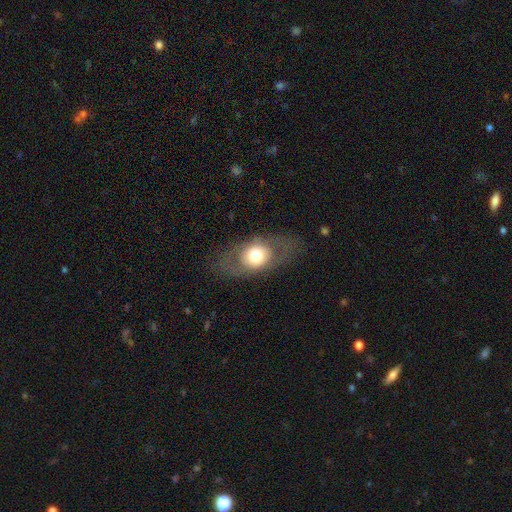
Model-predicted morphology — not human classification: Smooth or featured? Predicted: smooth (p=0.56). How rounded? Predicted: in between (p=0.68). Merging? Predicted: none (p=0.76).